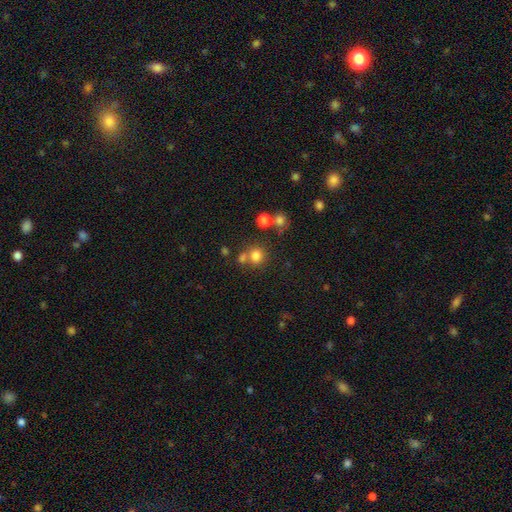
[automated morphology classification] Smooth or featured? smooth (77%)
How rounded? round (86%)
Merging? none (65%)